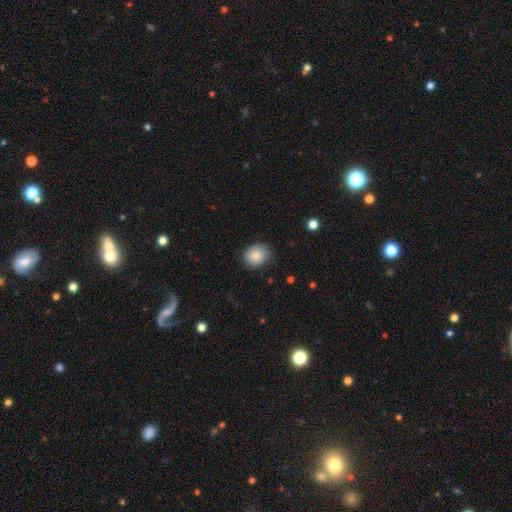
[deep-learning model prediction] This is clearly a smooth galaxy (85%). How rounded: likely round (66%). Merging: likely none (76%).